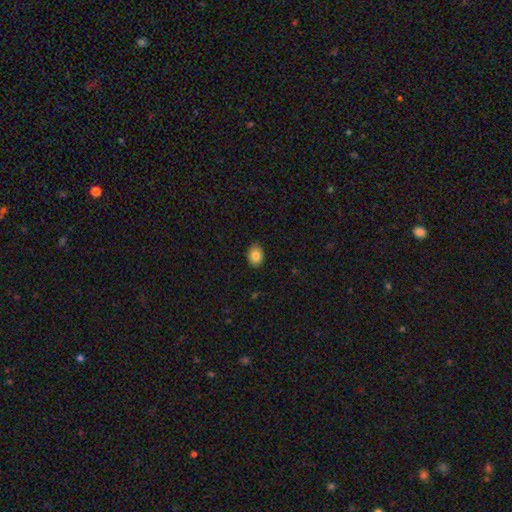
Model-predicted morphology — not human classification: This appears to be a smooth galaxy with no disk features (85%) that is in between round and cigar-shaped (70%). Merging: none (89%).